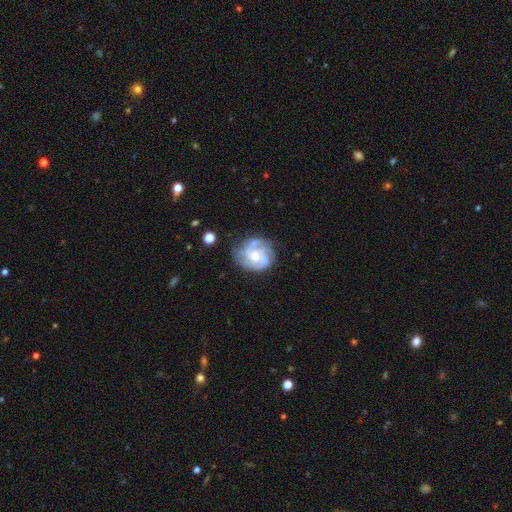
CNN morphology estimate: This appears to be a featured or disk galaxy (82%) with no bar (59%), 3 (41%) tight (48%) spiral arms (96%) and a moderate central bulge (40%). Merging: none (72%).